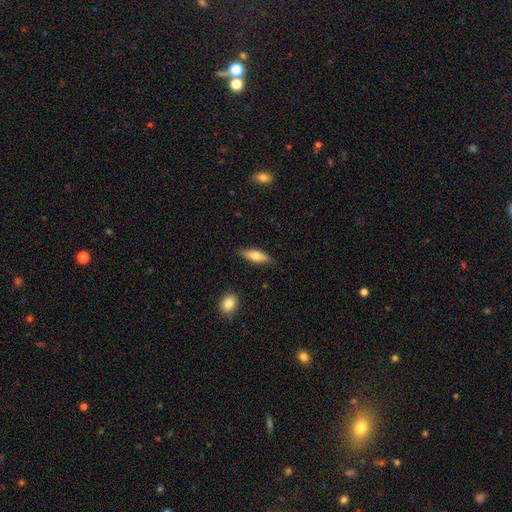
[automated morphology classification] smooth 63%, featured or disk 31%, star or artifact 6%. Down the decision tree: how rounded — in between (52%); merging — none (85%).